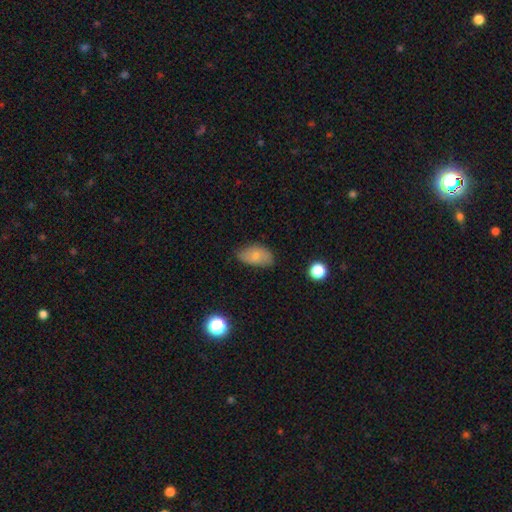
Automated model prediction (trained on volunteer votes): Q: Smooth or featured?
A: smooth (74%); runner-up: featured or disk (18%)
Q: How rounded?
A: in between (91%); runner-up: round (7%)
Q: Merging?
A: none (70%); runner-up: minor disturbance (24%)